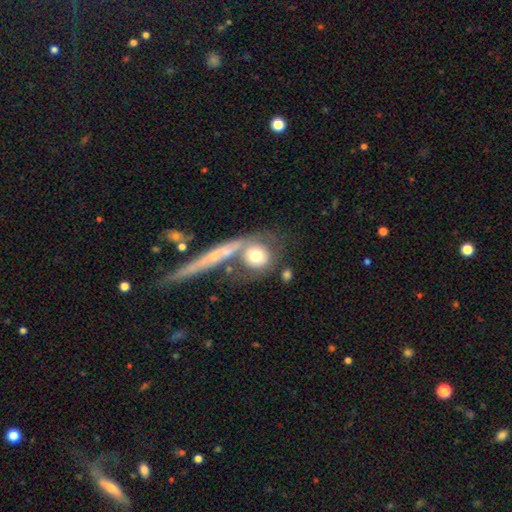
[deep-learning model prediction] Q: Smooth or featured?
A: smooth (66%); runner-up: featured or disk (27%)
Q: How rounded?
A: round (81%); runner-up: in between (14%)
Q: Merging?
A: none (41%); runner-up: merger (35%)